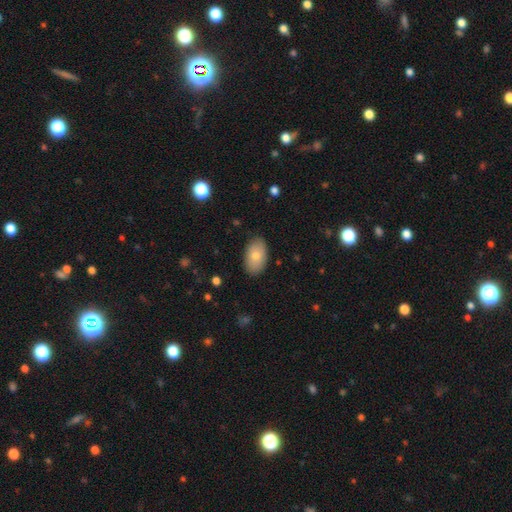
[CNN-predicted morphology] Q: Smooth or featured?
A: smooth (76%); runner-up: featured or disk (17%)
Q: How rounded?
A: in between (93%); runner-up: round (6%)
Q: Merging?
A: none (86%); runner-up: minor disturbance (11%)